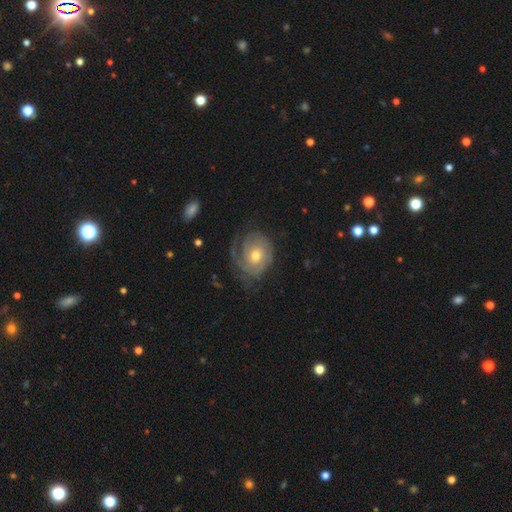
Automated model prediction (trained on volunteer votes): The model was most divided on "spiral arm count": 1: 35%, can't tell: 27%, 2: 23%, 3: 10%, 4: 3%, more than 4: 3%. More confident: edge-on disk — no (97%); spiral arms — yes (90%); bar — no (78%); smooth or featured — featured or disk (75%); bulge size — moderate (69%); spiral winding — tight (65%); merging — none (60%).